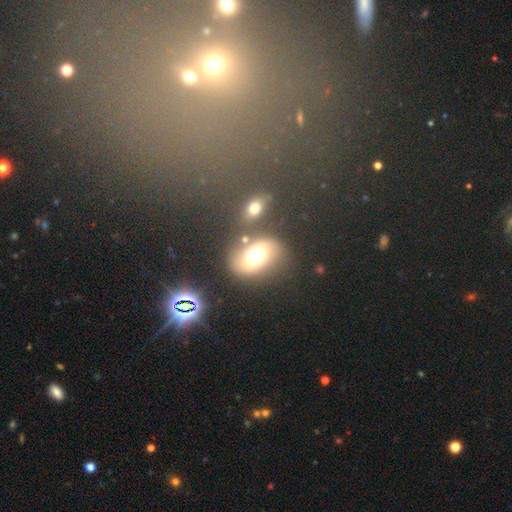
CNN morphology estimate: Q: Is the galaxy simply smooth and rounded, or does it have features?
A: smooth — 63%.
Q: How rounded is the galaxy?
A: in between — 65%.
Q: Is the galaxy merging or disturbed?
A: none — 62%.